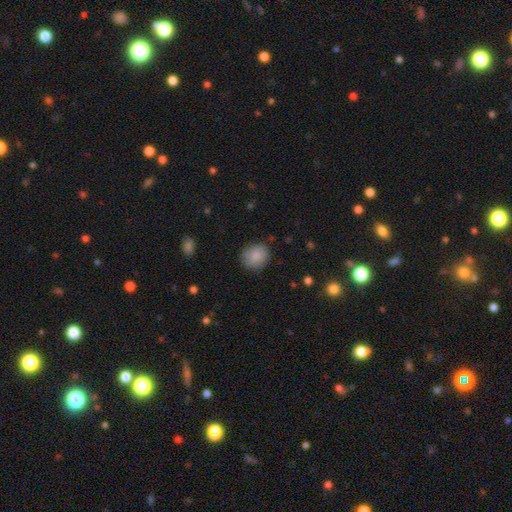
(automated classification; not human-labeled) This appears to be a smooth galaxy with no disk features (87%) that is round (76%). Merging: none (85%).